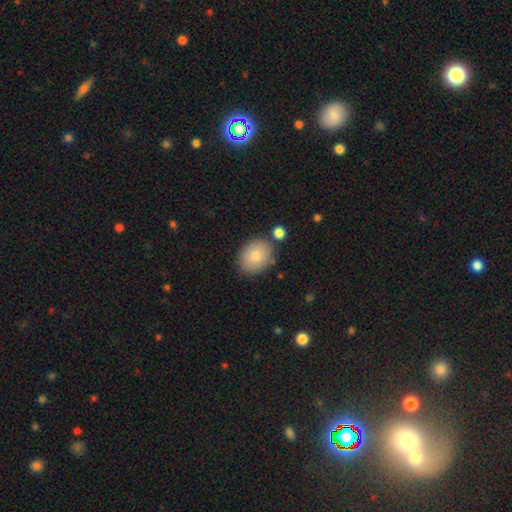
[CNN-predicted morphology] This appears to be a smooth galaxy with no disk features (83%) that is in between round and cigar-shaped (57%). Merging: none (77%).